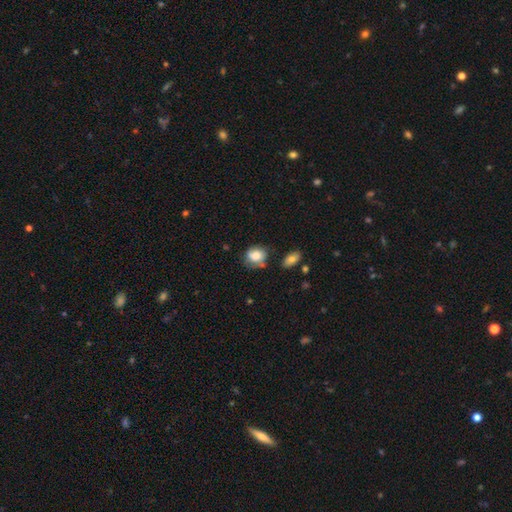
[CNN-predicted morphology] A smooth galaxy with no disk features (76%) that is round (53%). Merging: none (51%).